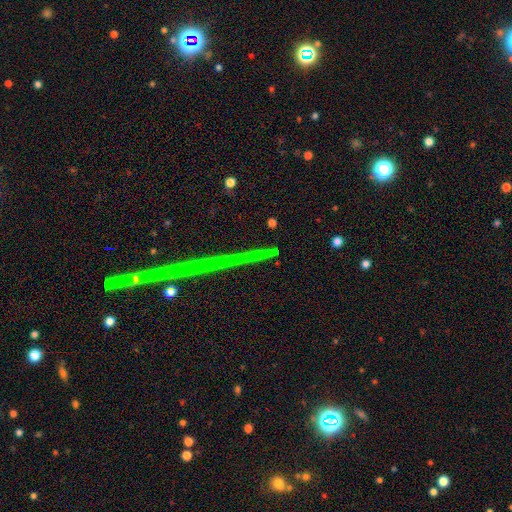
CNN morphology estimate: This is likely a star or artifact rather than a galaxy (70%).